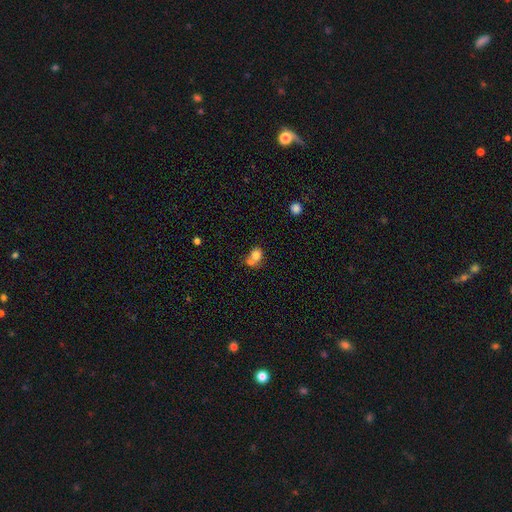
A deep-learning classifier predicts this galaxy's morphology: Smooth or featured? Predicted: smooth (p=0.76). How rounded? Predicted: round (p=0.59). Merging? Predicted: merger (p=0.51).